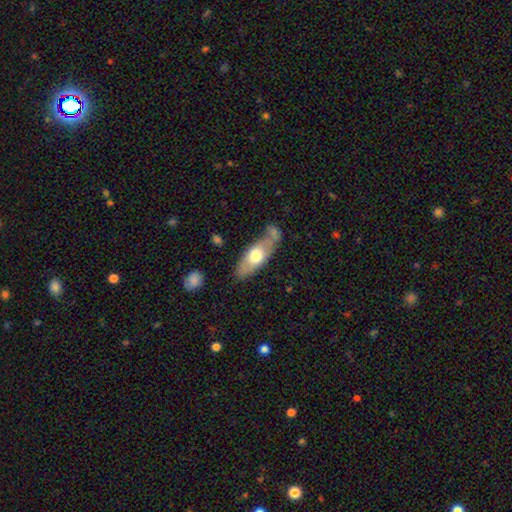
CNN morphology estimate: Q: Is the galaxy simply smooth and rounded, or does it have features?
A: smooth — 58%.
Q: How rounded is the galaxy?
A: in between — 70%.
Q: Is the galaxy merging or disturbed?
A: none — 62%.